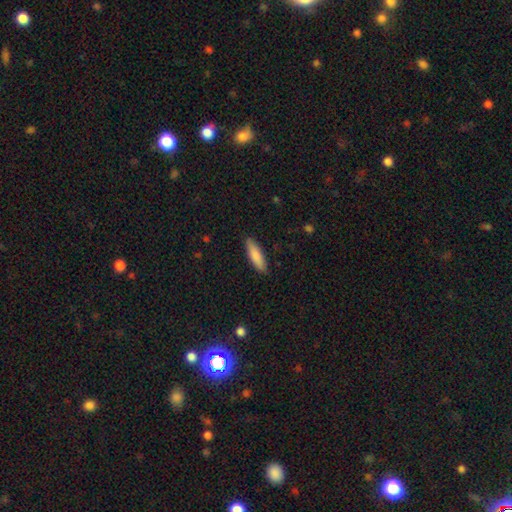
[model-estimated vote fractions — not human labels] The model was most divided on "how rounded": cigar-shaped: 63%, in between: 35%, round: 1%. More confident: merging — none (88%); smooth or featured — smooth (84%).